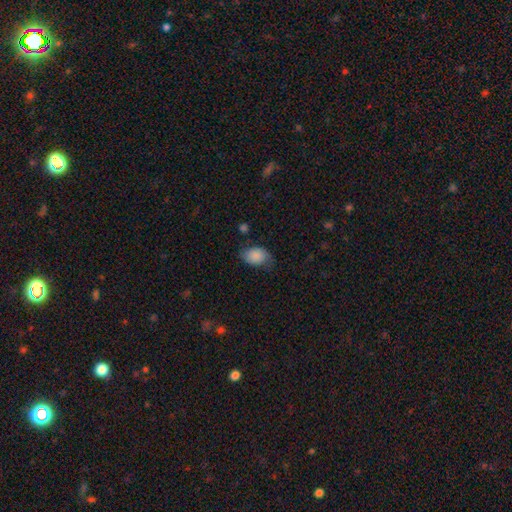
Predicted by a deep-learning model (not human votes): smooth-or-featured: smooth: 84% | featured or disk: 8% | star or artifact: 7%
  how-rounded: in between: 82% | round: 17% | cigar-shaped: 1%
  merging: none: 60% | minor disturbance: 29% | major disturbance: 9% | merger: 2%